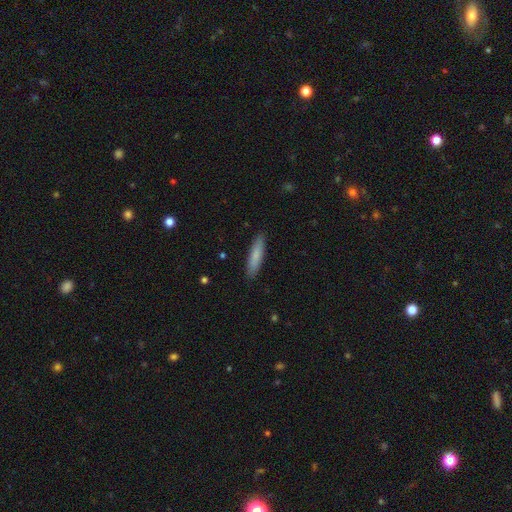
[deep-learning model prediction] smooth-or-featured: smooth: 79% | featured or disk: 15% | star or artifact: 6%
  how-rounded: cigar-shaped: 83% | in between: 16% | round: 1%
  merging: none: 89% | minor disturbance: 8% | major disturbance: 2% | merger: 1%